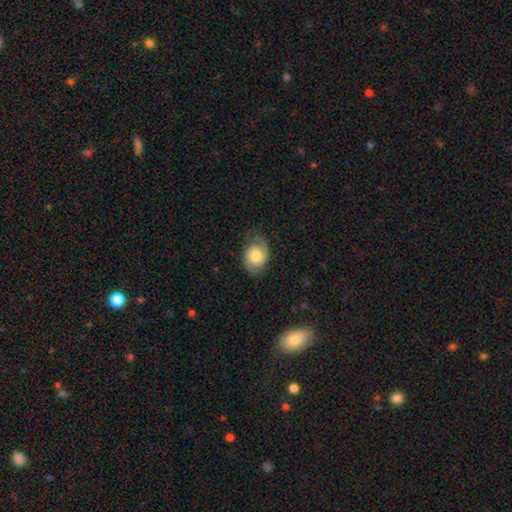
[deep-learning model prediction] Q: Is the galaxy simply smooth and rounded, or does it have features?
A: featured or disk — 57%.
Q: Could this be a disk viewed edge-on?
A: no — 97%.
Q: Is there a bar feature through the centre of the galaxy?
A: no — 75%.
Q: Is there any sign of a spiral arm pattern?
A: yes — 89%.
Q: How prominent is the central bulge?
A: moderate — 56%.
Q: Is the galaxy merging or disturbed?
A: none — 67%.